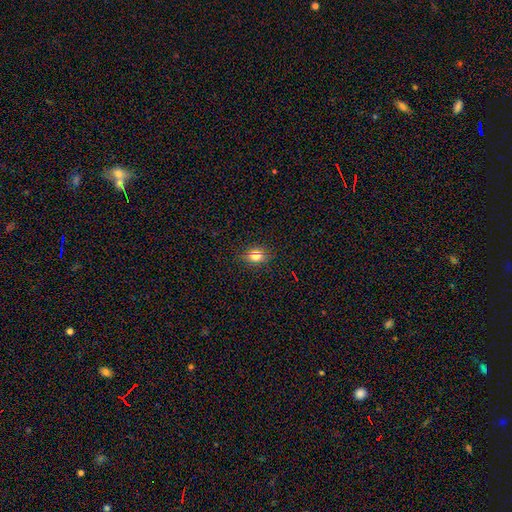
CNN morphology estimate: Smooth or featured: smooth — 77% (star or artifact — 14%)
How rounded: round — 53% (in between — 45%)
Merging: none — 87% (minor disturbance — 10%)